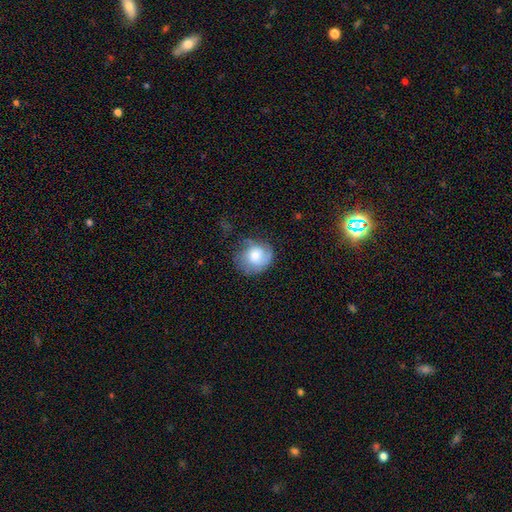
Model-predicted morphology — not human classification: Overall: smooth (53%; featured or disk 39%). How rounded: round (72%). Merging: none (52%; minor disturbance 28%).